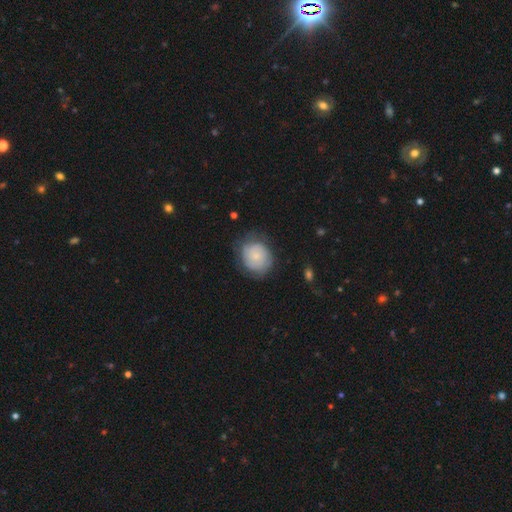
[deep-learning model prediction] This is possibly a smooth galaxy (58%). How rounded: likely round (75%). Merging: likely none (62%).